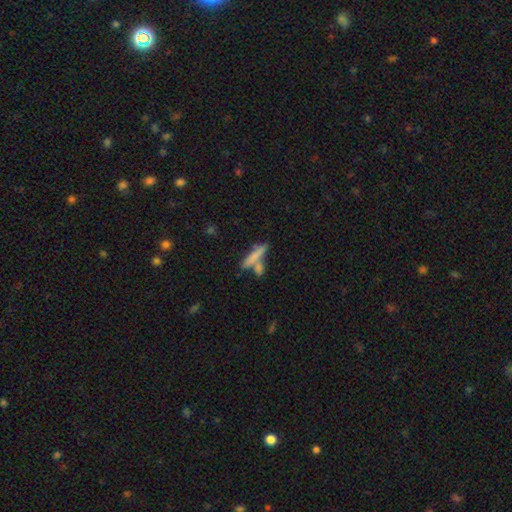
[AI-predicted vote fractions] smooth-or-featured: smooth: 69% | featured or disk: 23% | star or artifact: 8%
  how-rounded: cigar-shaped: 82% | in between: 15% | round: 3%
  merging: none: 53% | merger: 31% | minor disturbance: 11% | major disturbance: 5%